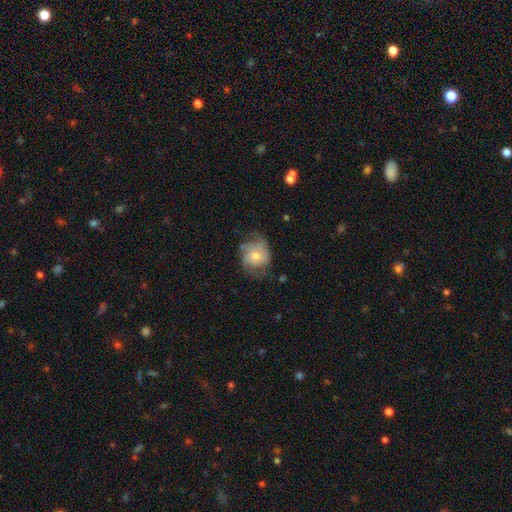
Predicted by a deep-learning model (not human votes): smooth_or_featured: featured or disk (p=0.47) [alt: smooth p=0.45]
merging: none (p=0.49) [alt: minor disturbance p=0.31]